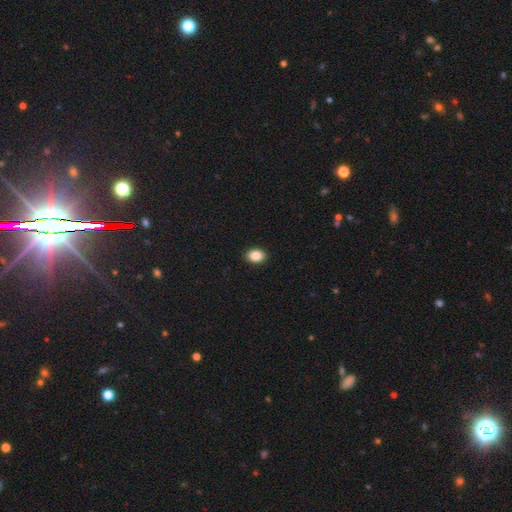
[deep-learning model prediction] This appears to be a smooth galaxy with no disk features (87%) that is in between round and cigar-shaped (72%). Merging: none (91%).